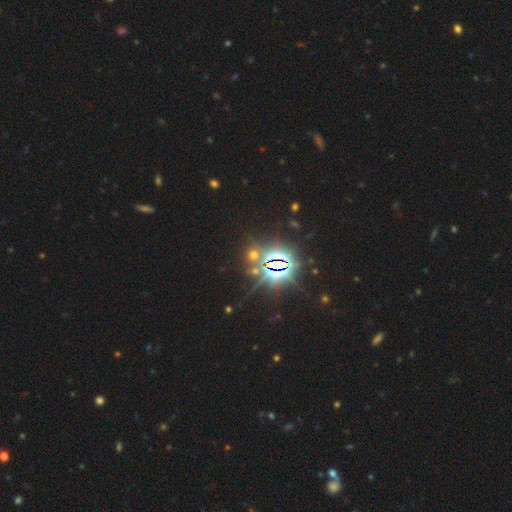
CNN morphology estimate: Smooth or featured?
  - star or artifact: 85% *
  - smooth: 8%
  - featured or disk: 7%